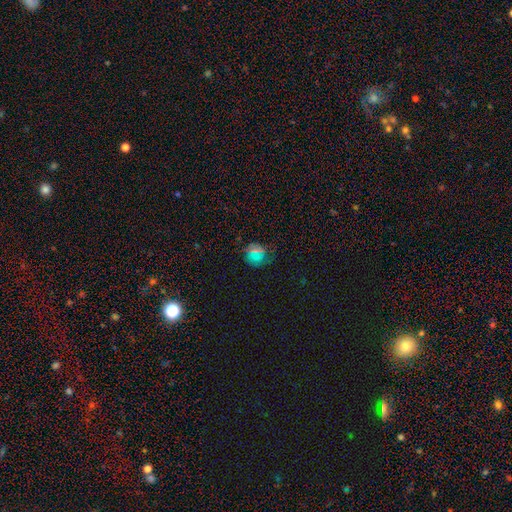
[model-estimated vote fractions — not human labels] A smooth galaxy with no disk features (58%) that is round (84%). Merging: none (75%).